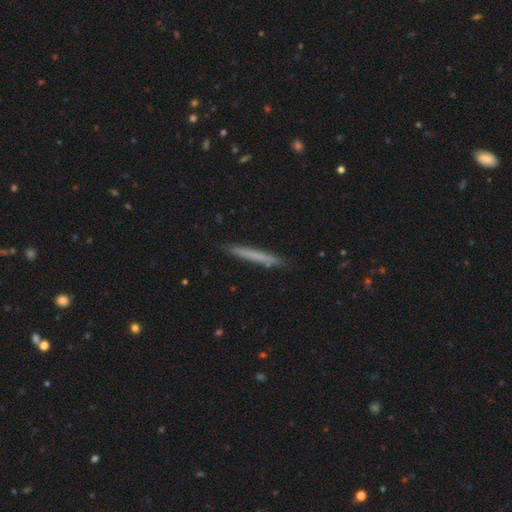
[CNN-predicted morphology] Smooth or featured? smooth (62%)
How rounded? cigar-shaped (97%)
Merging? none (89%)